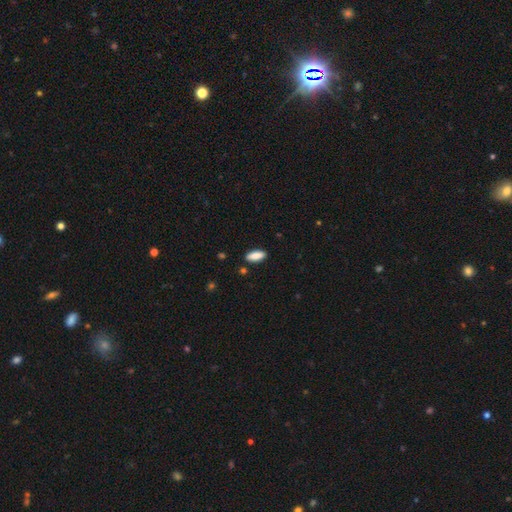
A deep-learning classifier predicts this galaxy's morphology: Smooth or featured: smooth — 87% (featured or disk — 7%)
How rounded: in between — 72% (cigar-shaped — 26%)
Merging: none — 88% (minor disturbance — 9%)